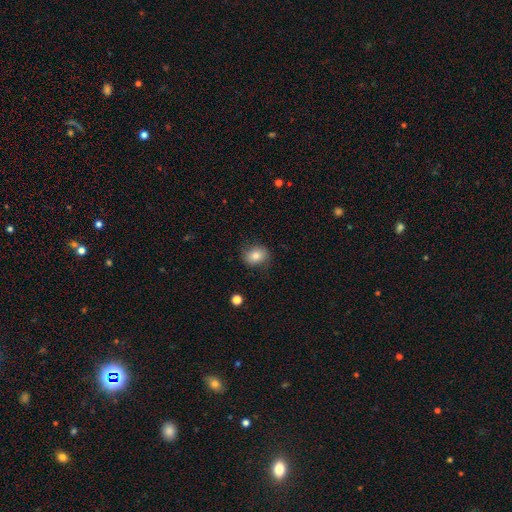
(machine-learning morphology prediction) This appears to be a smooth galaxy with no disk features (79%) that is in between round and cigar-shaped (54%). Merging: none (78%).